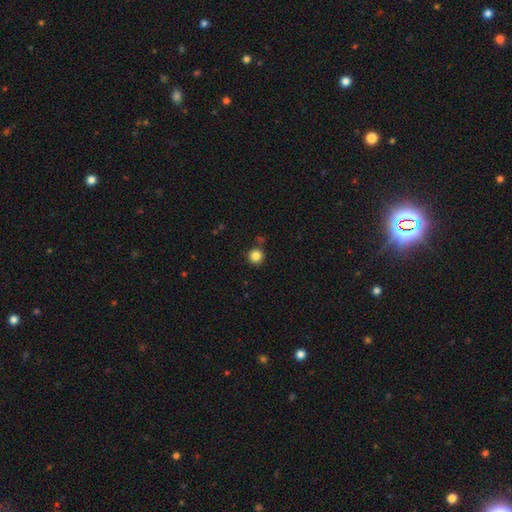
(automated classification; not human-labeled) smooth 84%, star or artifact 11%, featured or disk 4%. Down the decision tree: how rounded — round (95%); merging — none (85%).